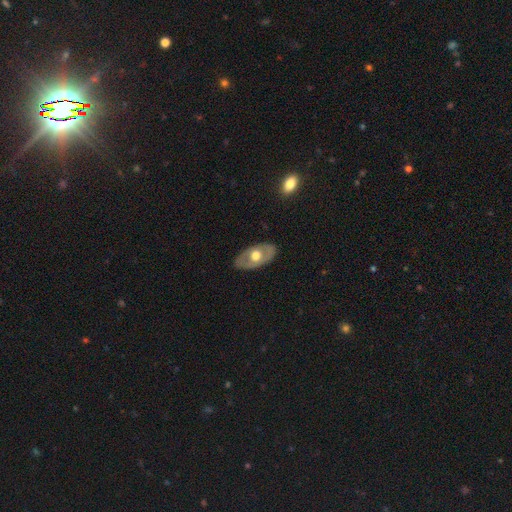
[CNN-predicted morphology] Overall: featured or disk (53%; smooth 42%). Edge-on disk: no (84%). Merging: none (83%).